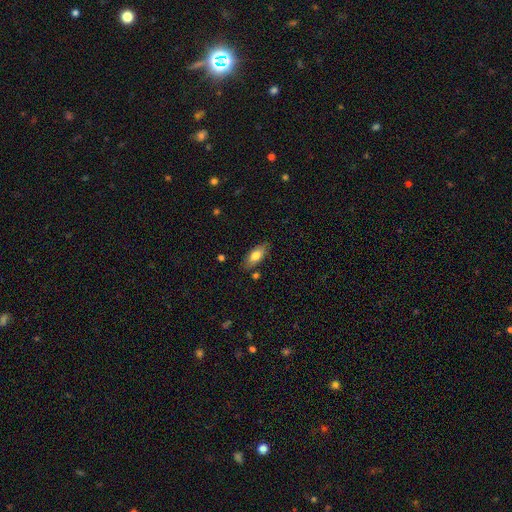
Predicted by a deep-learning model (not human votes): This appears to be a smooth galaxy with no disk features (74%) that is in between round and cigar-shaped (83%). Merging: none (80%).